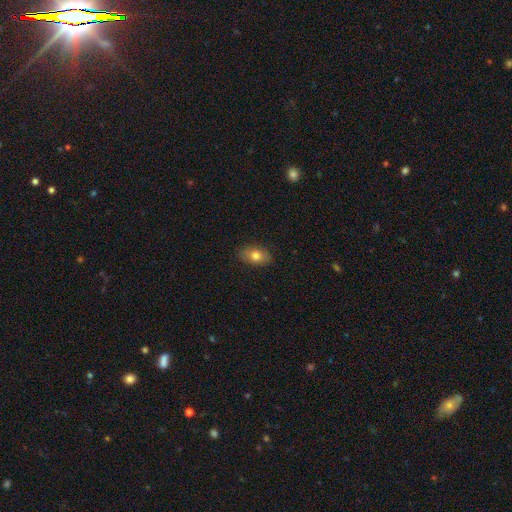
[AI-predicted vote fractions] Smooth or featured: smooth — 78% (featured or disk — 14%)
How rounded: in between — 87% (round — 11%)
Merging: none — 86% (minor disturbance — 11%)